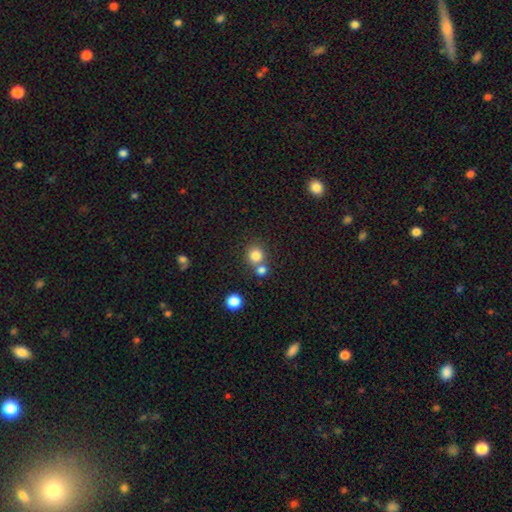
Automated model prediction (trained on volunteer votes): The model was most divided on "merging": none: 60%, merger: 30%, minor disturbance: 7%, major disturbance: 3%. More confident: how rounded — round (89%); smooth or featured — smooth (81%).